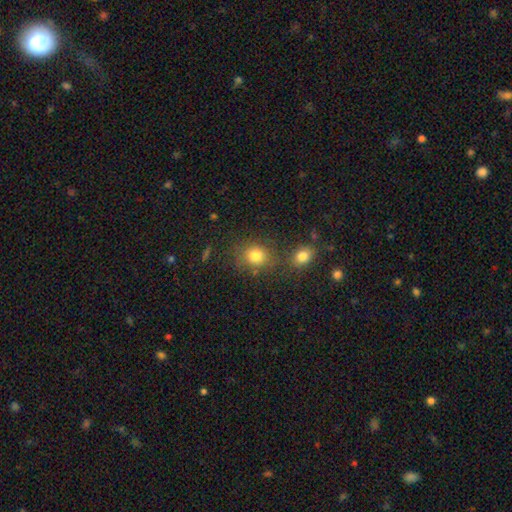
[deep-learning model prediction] Smooth or featured? Predicted: smooth (p=0.79). How rounded? Predicted: round (p=0.71). Merging? Predicted: none (p=0.69).